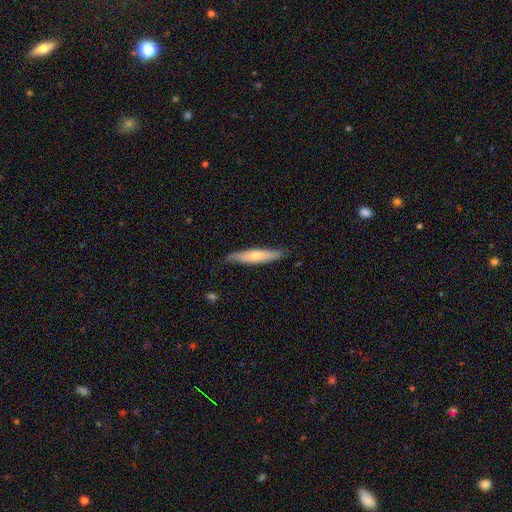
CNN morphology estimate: Q: Smooth or featured?
A: smooth (54%); runner-up: featured or disk (40%)
Q: How rounded?
A: cigar-shaped (84%); runner-up: in between (14%)
Q: Merging?
A: none (84%); runner-up: minor disturbance (13%)